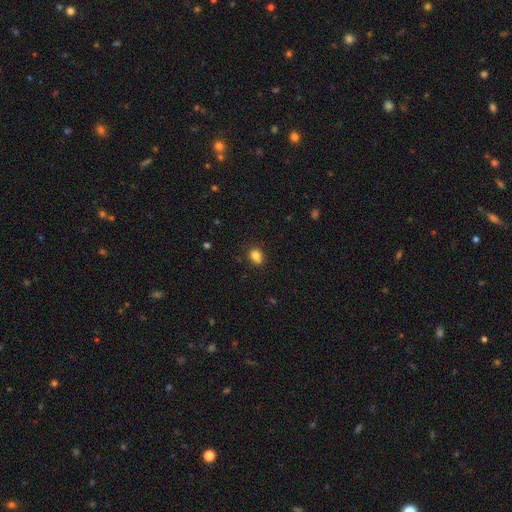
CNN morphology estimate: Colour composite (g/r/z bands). It shows a smooth galaxy with no disk features (81%) that is round (55%). Merging: none (68%).